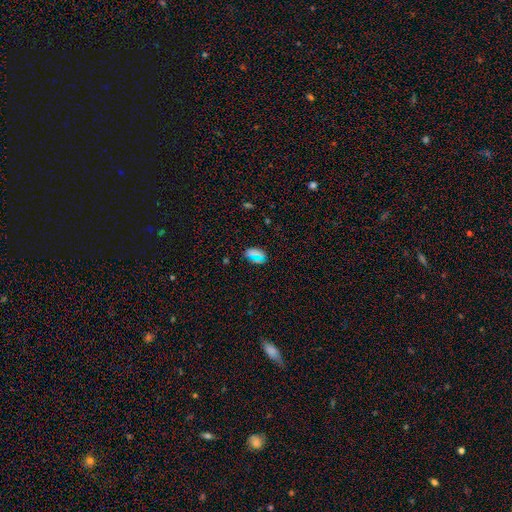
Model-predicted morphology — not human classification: Q: Smooth or featured?
A: smooth (60%); runner-up: star or artifact (28%)
Q: How rounded?
A: in between (76%); runner-up: round (15%)
Q: Merging?
A: none (61%); runner-up: minor disturbance (17%)